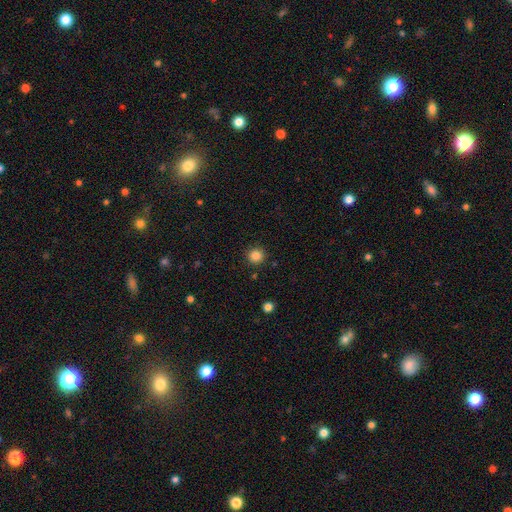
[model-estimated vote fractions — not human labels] Smooth or featured?
  - smooth: 85% *
  - star or artifact: 11%
  - featured or disk: 4%
How rounded?
  - round: 94% *
  - in between: 5%
  - cigar-shaped: 1%
Merging?
  - none: 91% *
  - minor disturbance: 5%
  - major disturbance: 2%
  - merger: 2%